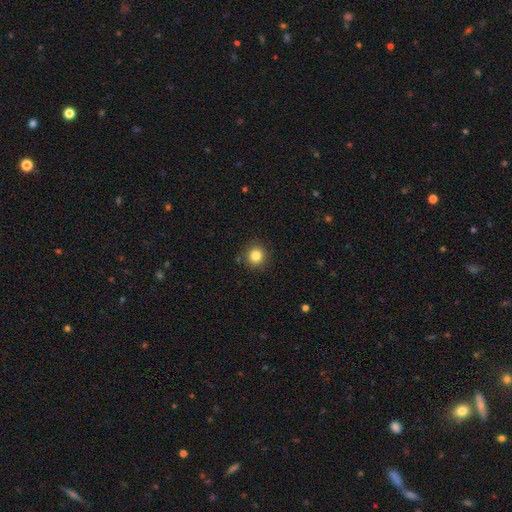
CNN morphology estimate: Smooth or featured?
  - smooth: 83% *
  - star or artifact: 11%
  - featured or disk: 5%
How rounded?
  - round: 93% *
  - in between: 6%
  - cigar-shaped: 1%
Merging?
  - none: 89% *
  - minor disturbance: 7%
  - major disturbance: 2%
  - merger: 2%